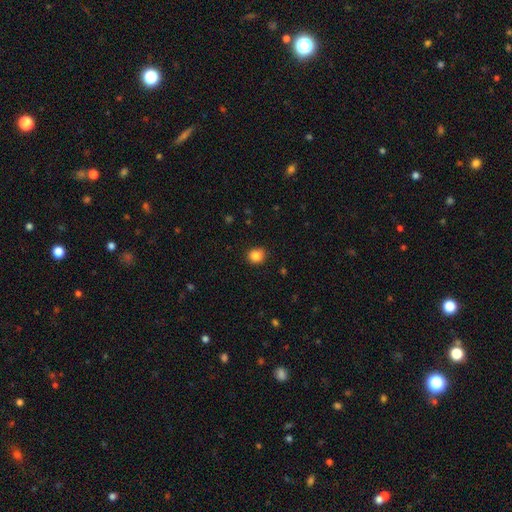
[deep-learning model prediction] This appears to be a smooth galaxy with no disk features (86%) that is round (81%). Merging: none (87%).